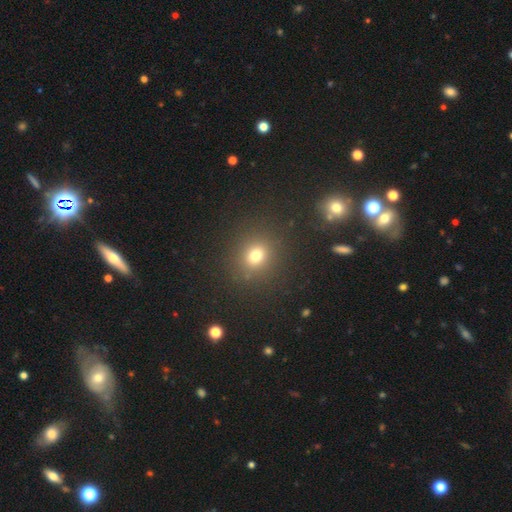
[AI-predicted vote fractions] This appears to be a smooth galaxy with no disk features (72%) that is round (76%). Merging: none (86%).